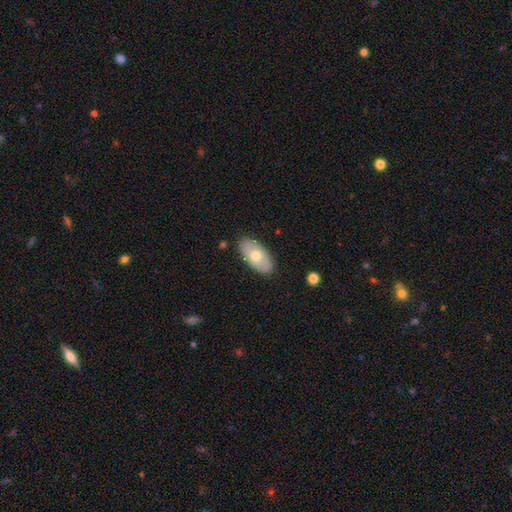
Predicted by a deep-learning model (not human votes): Morphology: type=smooth (64%); roundness=in between (94%); merging=none (86%).